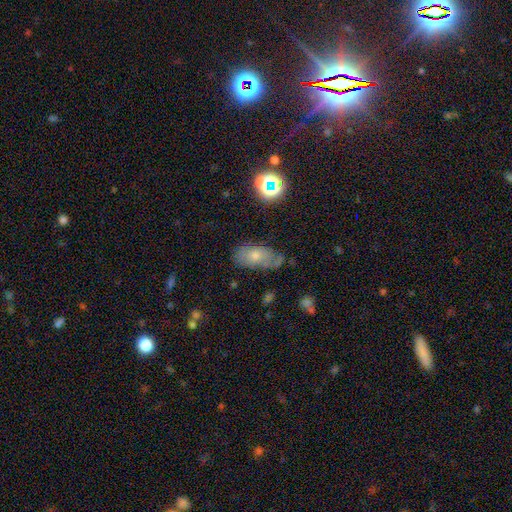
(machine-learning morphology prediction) This appears to be a smooth galaxy with no disk features (59%) that is in between round and cigar-shaped (89%). Merging: none (54%).